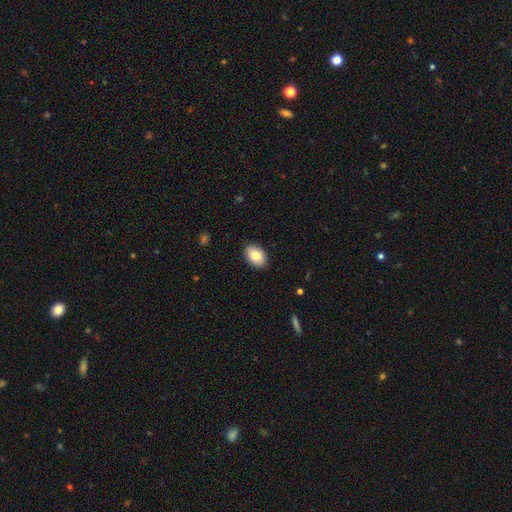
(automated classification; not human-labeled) Morphology: type=smooth (84%); roundness=in between (87%); merging=none (88%).